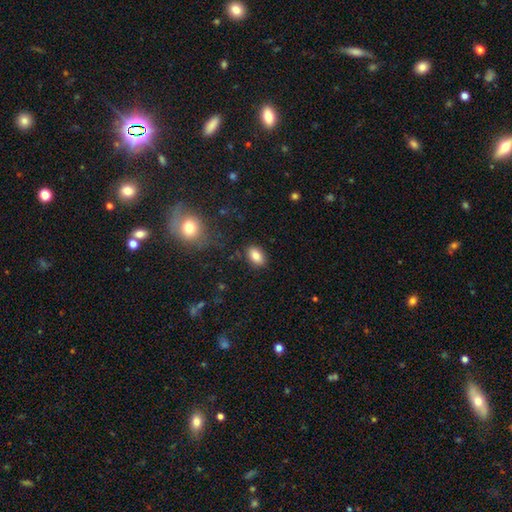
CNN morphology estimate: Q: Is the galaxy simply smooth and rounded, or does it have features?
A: smooth — 83%.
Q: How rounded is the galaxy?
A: in between — 88%.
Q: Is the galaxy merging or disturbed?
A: none — 86%.